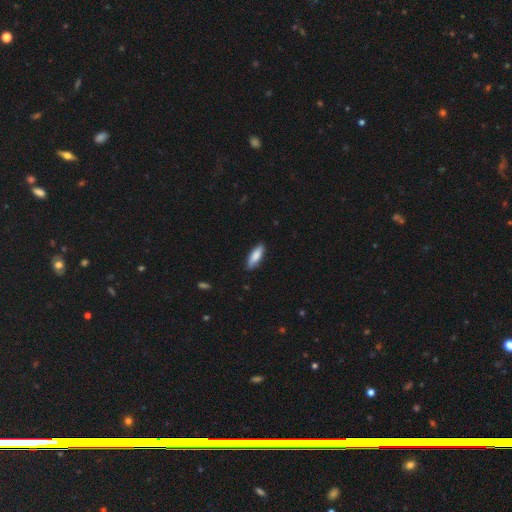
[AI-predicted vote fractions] Smooth or featured? Predicted: smooth (p=0.84). How rounded? Predicted: in between (p=0.62). Merging? Predicted: none (p=0.86).